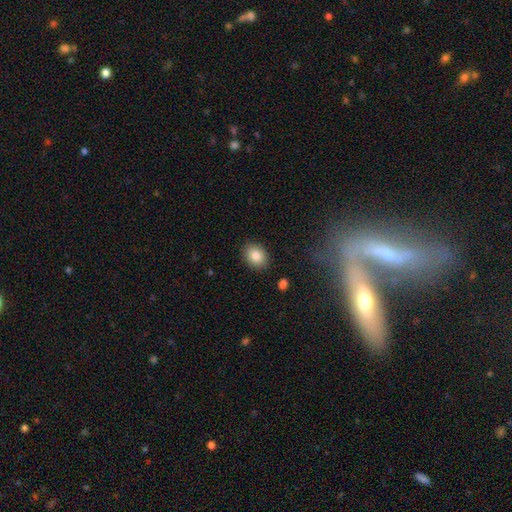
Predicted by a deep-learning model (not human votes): Smooth or featured? smooth (85%)
How rounded? in between (60%)
Merging? none (88%)